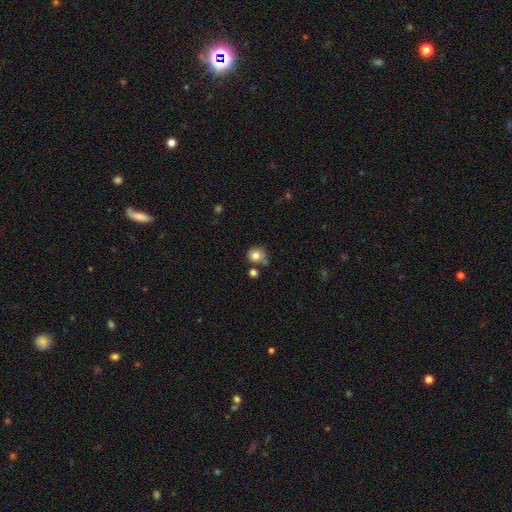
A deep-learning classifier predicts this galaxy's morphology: smooth 80%, star or artifact 10%, featured or disk 10%. Down the decision tree: how rounded — round (79%); merging — none (59%).